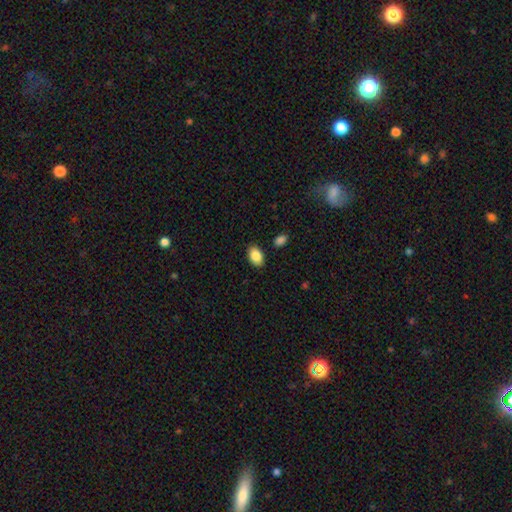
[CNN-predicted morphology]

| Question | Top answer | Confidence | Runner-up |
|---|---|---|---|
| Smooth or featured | smooth | 88% | star or artifact (7%) |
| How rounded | in between | 87% | round (11%) |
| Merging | none | 86% | minor disturbance (9%) |